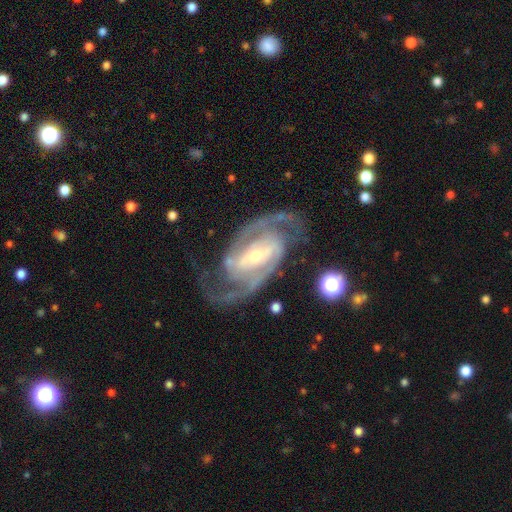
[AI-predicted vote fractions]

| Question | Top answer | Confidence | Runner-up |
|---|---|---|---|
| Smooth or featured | featured or disk | 93% | star or artifact (4%) |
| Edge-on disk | no | 97% | yes (3%) |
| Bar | strong | 53% | weak (33%) |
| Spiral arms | yes | 98% | no (2%) |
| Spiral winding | medium | 53% | tight (37%) |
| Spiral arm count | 2 | 88% | 3 (5%) |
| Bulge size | small | 53% | moderate (43%) |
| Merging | none | 75% | minor disturbance (15%) |